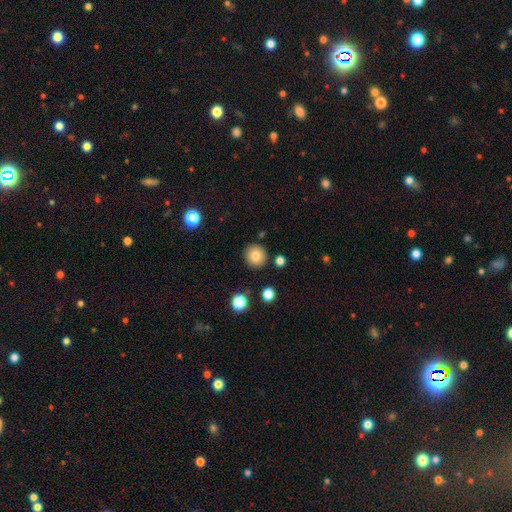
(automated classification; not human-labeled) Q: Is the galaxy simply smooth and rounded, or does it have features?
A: smooth — 80%.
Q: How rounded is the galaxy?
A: round — 93%.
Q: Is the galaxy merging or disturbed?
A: none — 89%.